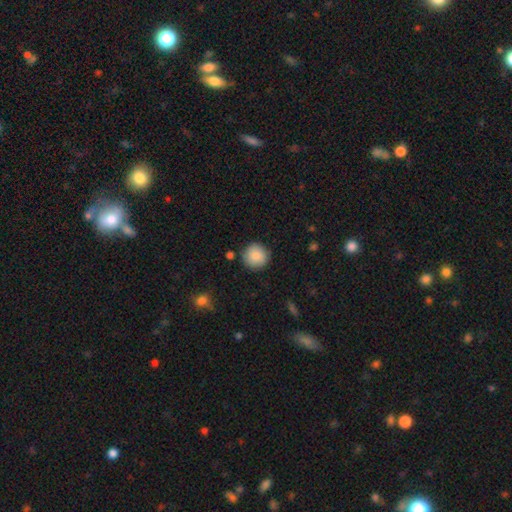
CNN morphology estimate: The model was most divided on "merging": none: 86%, minor disturbance: 9%, major disturbance: 2%, merger: 2%. More confident: how rounded — round (94%); smooth or featured — smooth (86%).